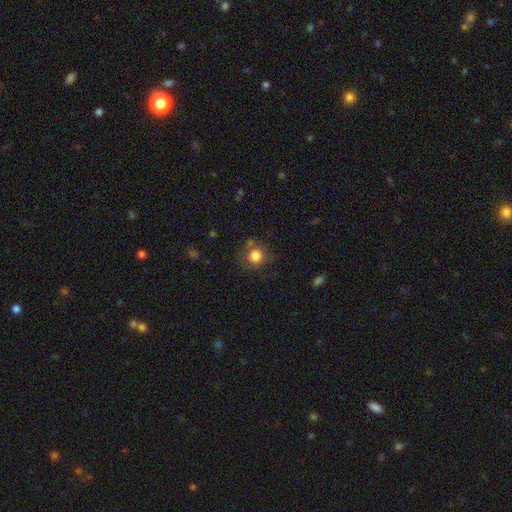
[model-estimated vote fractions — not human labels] The model was most divided on "merging": none: 74%, minor disturbance: 15%, major disturbance: 6%, merger: 5%. More confident: how rounded — round (91%); smooth or featured — smooth (81%).